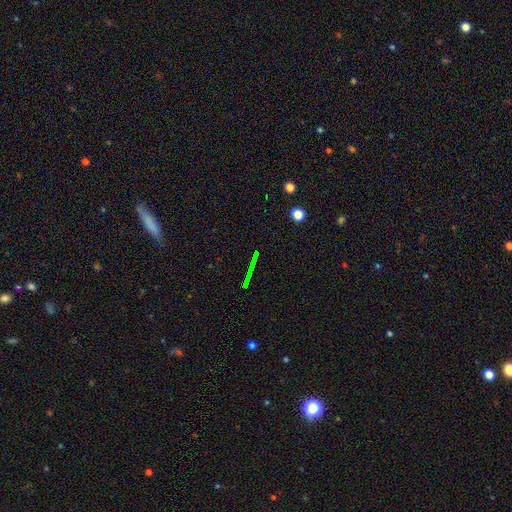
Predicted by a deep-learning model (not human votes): smooth-or-featured: star or artifact: 64% | featured or disk: 18% | smooth: 17%